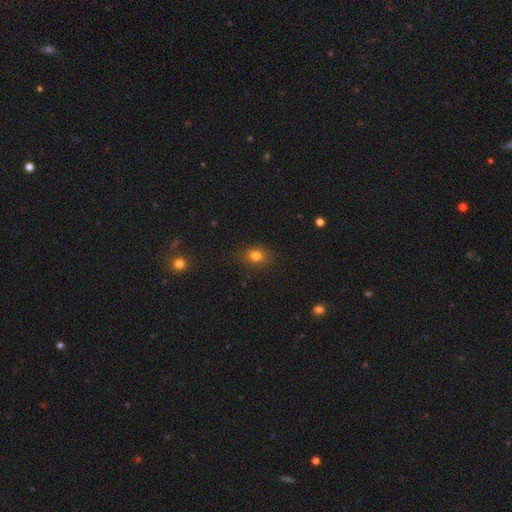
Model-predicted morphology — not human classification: Smooth or featured?
  - smooth: 78% *
  - star or artifact: 14%
  - featured or disk: 7%
How rounded?
  - round: 49% * (tied)
  - in between: 49% * (tied)
  - cigar-shaped: 2%
Merging?
  - none: 81% *
  - minor disturbance: 14%
  - major disturbance: 4%
  - merger: 1%